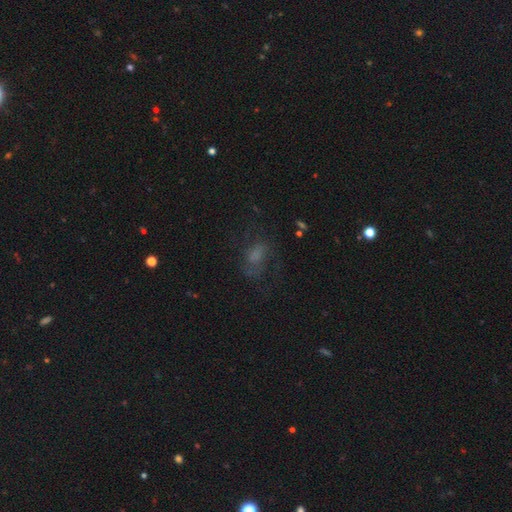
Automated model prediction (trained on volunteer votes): smooth 46%, featured or disk 32%, star or artifact 22%. Down the decision tree: merging — none (52%).